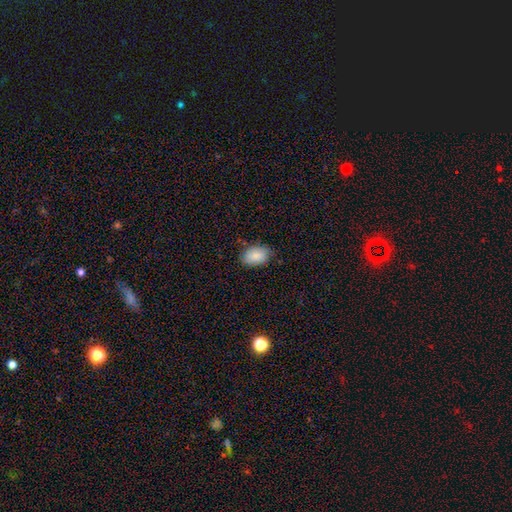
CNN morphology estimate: Smooth or featured? smooth (87%)
How rounded? in between (86%)
Merging? none (79%)